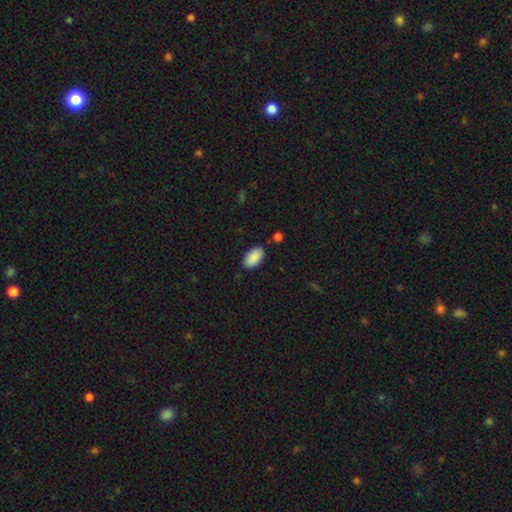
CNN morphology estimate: smooth-or-featured: smooth: 90% | star or artifact: 7% | featured or disk: 3%
  how-rounded: in between: 95% | round: 3% | cigar-shaped: 2%
  merging: none: 85% | minor disturbance: 11% | major disturbance: 2% | merger: 2%